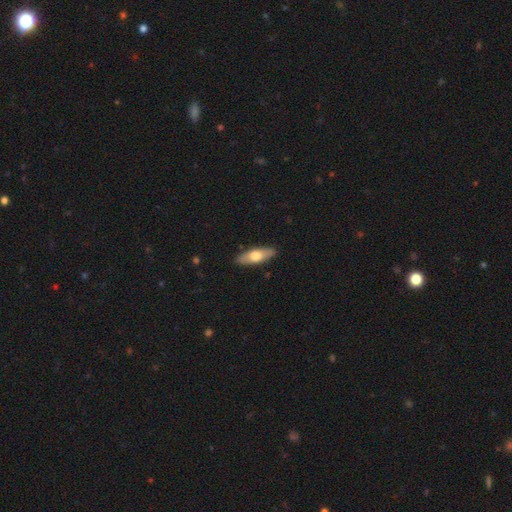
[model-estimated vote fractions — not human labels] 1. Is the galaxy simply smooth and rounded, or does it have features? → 62% smooth, 33% featured or disk, 5% star or artifact.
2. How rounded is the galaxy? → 61% in between, 36% cigar-shaped, 2% round.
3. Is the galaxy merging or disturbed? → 89% none, 8% minor disturbance, 2% major disturbance, 1% merger.